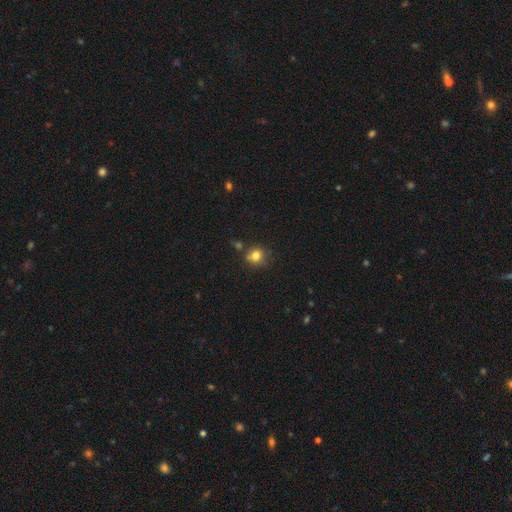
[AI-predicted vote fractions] Morphology: type=smooth (79%); roundness=round (80%); merging=none (63%).